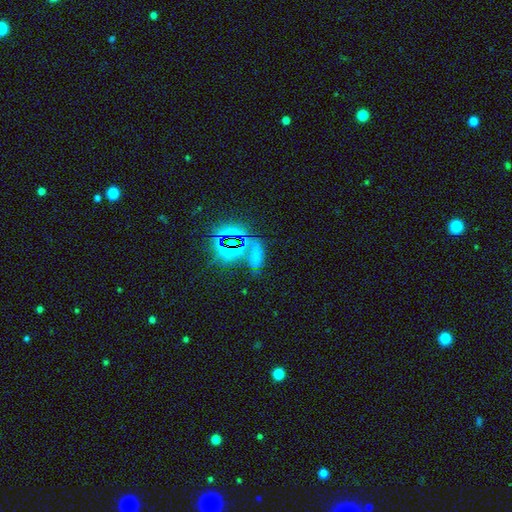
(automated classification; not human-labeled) This appears to be a star or artifact, not a galaxy (47%).